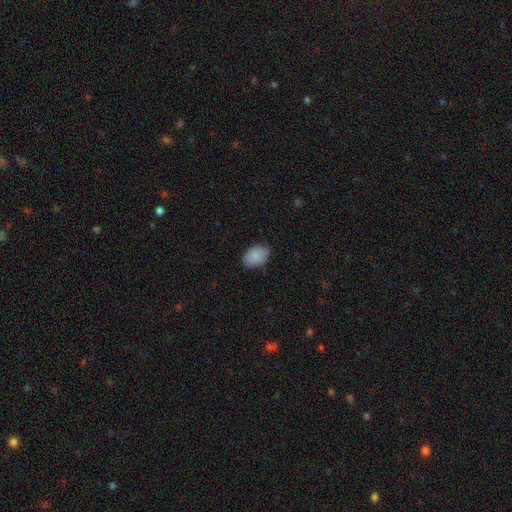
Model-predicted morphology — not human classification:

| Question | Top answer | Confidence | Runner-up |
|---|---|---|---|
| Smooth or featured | smooth | 88% | star or artifact (7%) |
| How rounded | in between | 83% | round (16%) |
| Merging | none | 82% | minor disturbance (15%) |